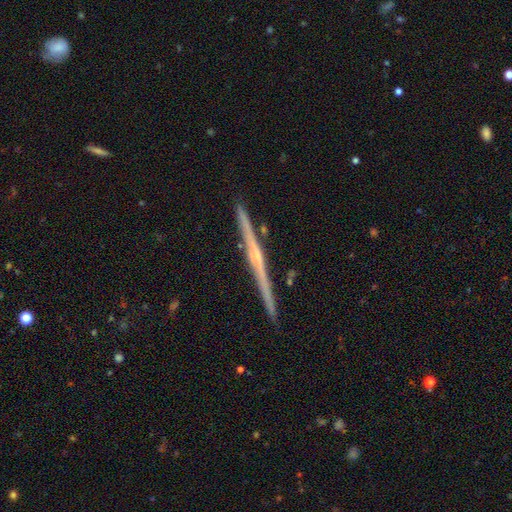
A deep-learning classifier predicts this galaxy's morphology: This is clearly a featured or disk galaxy (83%). It is clearly viewed edge-on (99%). Edge-on bulge: likely rounded (65%). Merging: clearly none (92%).